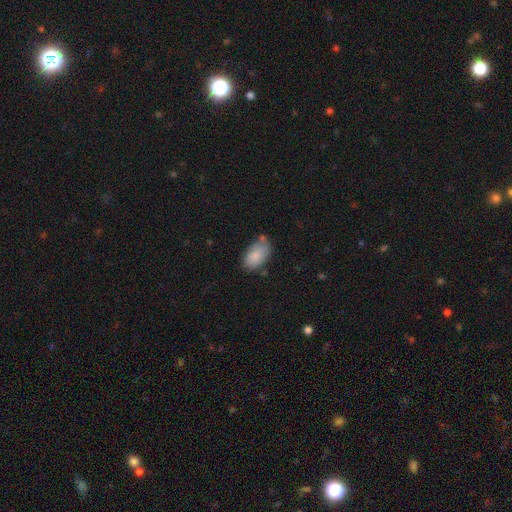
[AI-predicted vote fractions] Smooth or featured?
  - smooth: 85% *
  - featured or disk: 8%
  - star or artifact: 6%
How rounded?
  - in between: 94% *
  - round: 5%
  - cigar-shaped: 1%
Merging?
  - none: 61% *
  - minor disturbance: 26%
  - merger: 7%
  - major disturbance: 6%